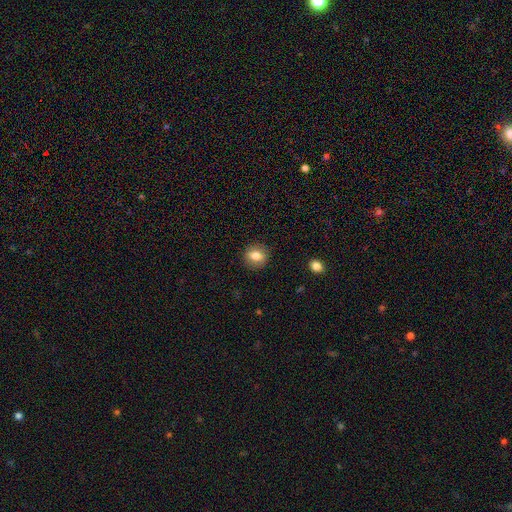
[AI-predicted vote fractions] Overall: smooth (78%). How rounded: round (68%; in between 31%). Merging: none (88%).